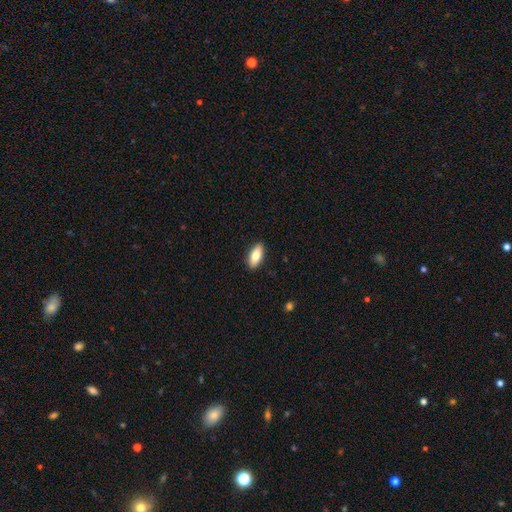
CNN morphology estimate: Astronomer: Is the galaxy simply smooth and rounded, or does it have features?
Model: smooth — 79%.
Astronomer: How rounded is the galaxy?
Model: in between — 84%.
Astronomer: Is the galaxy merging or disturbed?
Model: none — 90%.